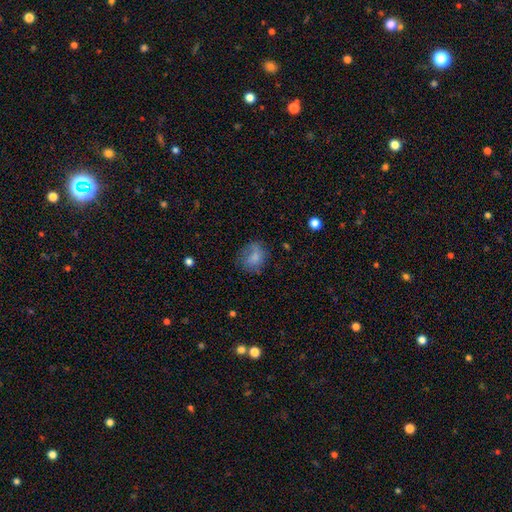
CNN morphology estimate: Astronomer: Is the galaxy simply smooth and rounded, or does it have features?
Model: smooth — 63%.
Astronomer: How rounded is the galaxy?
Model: round — 61% (runner-up: in between, 38%).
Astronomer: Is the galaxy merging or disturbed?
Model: none — 61%.